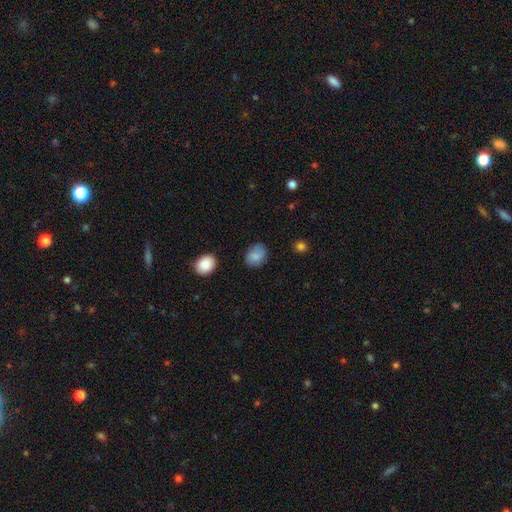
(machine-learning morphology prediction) smooth-or-featured: smooth: 82% | featured or disk: 9% | star or artifact: 8%
  how-rounded: in between: 62% | round: 37% | cigar-shaped: 1%
  merging: none: 73% | minor disturbance: 20% | major disturbance: 4% | merger: 2%